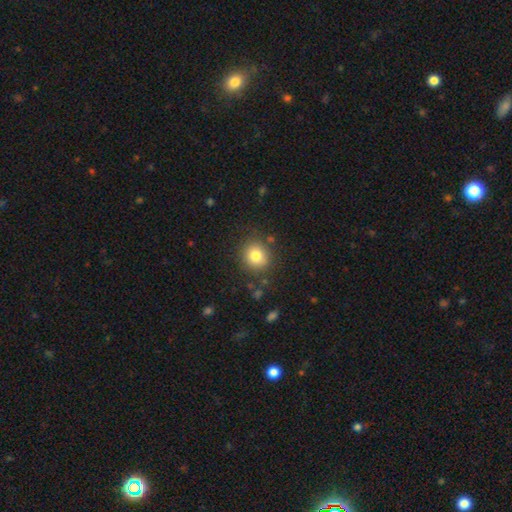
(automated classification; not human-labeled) Morphology: type=smooth (81%); roundness=round (85%); merging=none (85%).